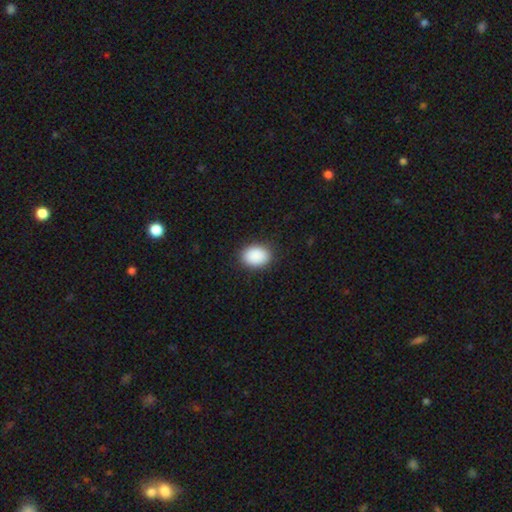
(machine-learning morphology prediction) type=smooth (90%); roundness=in between (70%); merging=none (89%).